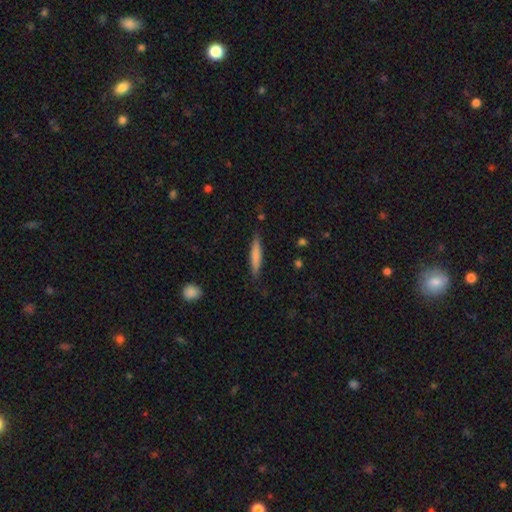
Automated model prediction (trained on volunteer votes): Smooth or featured: smooth — 71% (featured or disk — 23%)
How rounded: cigar-shaped — 91% (in between — 8%)
Merging: none — 85% (minor disturbance — 12%)